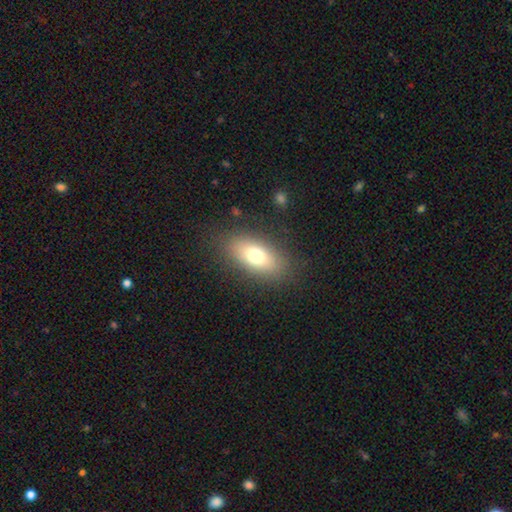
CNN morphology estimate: This is likely a smooth galaxy (73%). How rounded: clearly in between (85%). Merging: clearly none (84%).